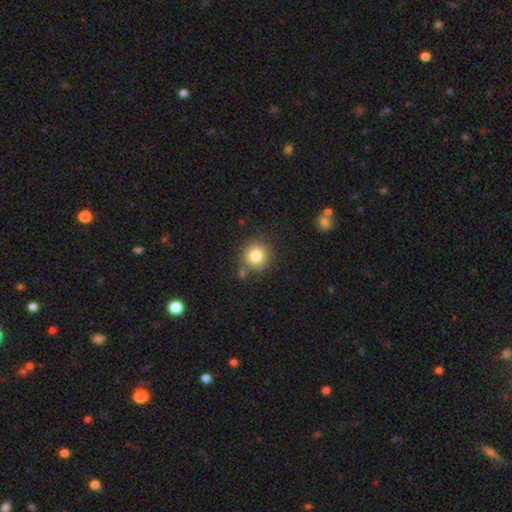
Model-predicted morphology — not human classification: Smooth or featured?
  - smooth: 81% *
  - star or artifact: 11%
  - featured or disk: 8%
How rounded?
  - round: 92% *
  - in between: 7%
  - cigar-shaped: 1%
Merging?
  - none: 80% *
  - minor disturbance: 10%
  - merger: 6%
  - major disturbance: 3%